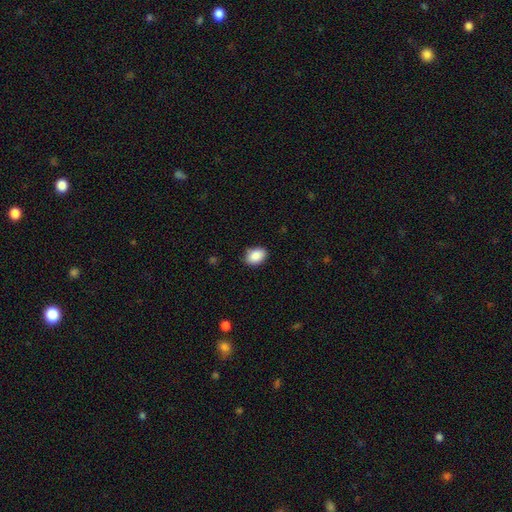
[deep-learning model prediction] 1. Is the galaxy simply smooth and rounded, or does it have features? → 89% smooth, 7% star or artifact, 4% featured or disk.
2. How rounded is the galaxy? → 81% in between, 18% round, 1% cigar-shaped.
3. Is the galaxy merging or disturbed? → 85% none, 12% minor disturbance, 2% major disturbance, 1% merger.